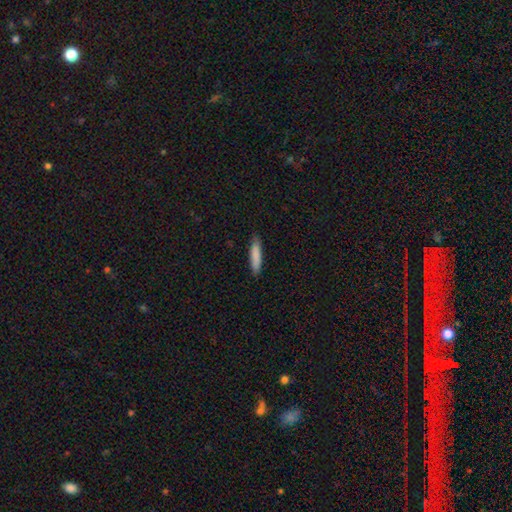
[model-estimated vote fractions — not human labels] smooth_or_featured: smooth (p=0.85) [alt: featured or disk p=0.09]
how_rounded: cigar-shaped (p=0.81) [alt: in between p=0.17]
merging: none (p=0.85) [alt: minor disturbance p=0.12]